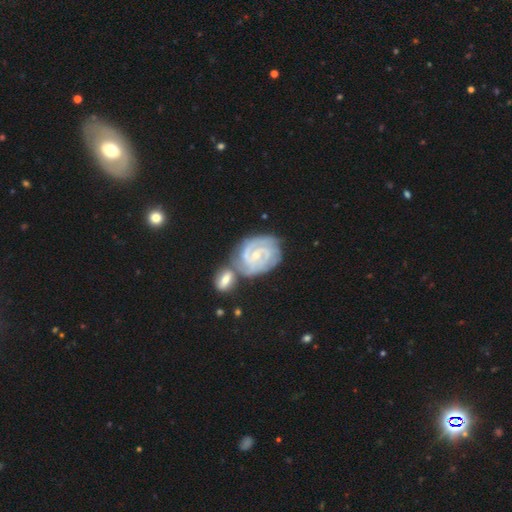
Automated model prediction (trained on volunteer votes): Smooth or featured? Predicted: featured or disk (p=0.88). Edge-on disk? Predicted: no (p=0.97). Bar? Predicted: no (p=0.45). Spiral arms? Predicted: yes (p=0.98). Spiral winding? Predicted: tight (p=0.76). Spiral arm count? Predicted: 2 (p=0.43). Bulge size? Predicted: small (p=0.67). Merging? Predicted: none (p=0.46).